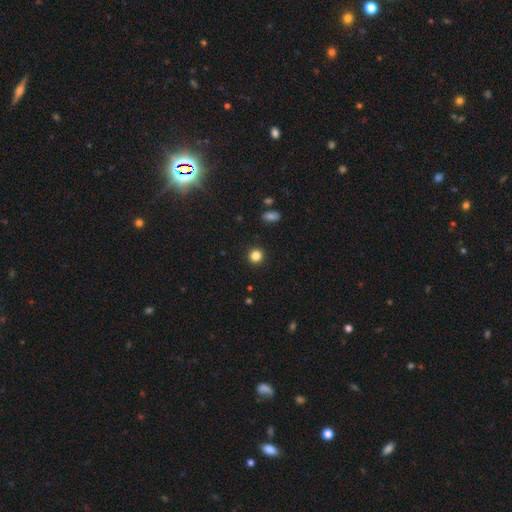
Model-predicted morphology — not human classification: Q: Smooth or featured?
A: smooth (84%); runner-up: star or artifact (12%)
Q: How rounded?
A: round (94%); runner-up: in between (5%)
Q: Merging?
A: none (93%); runner-up: minor disturbance (5%)